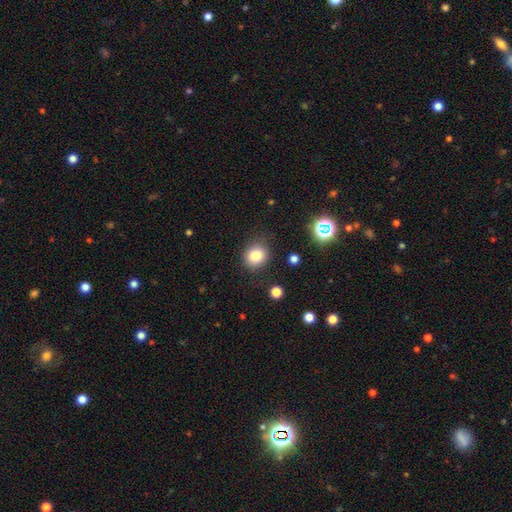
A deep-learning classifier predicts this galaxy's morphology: A smooth galaxy with no disk features (81%) that is round (78%). Merging: none (84%).